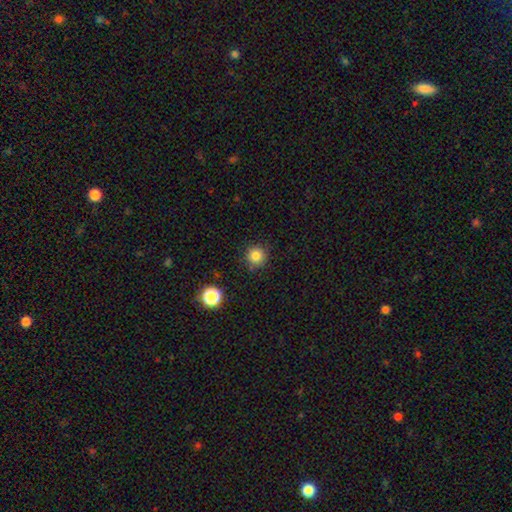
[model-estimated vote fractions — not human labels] A smooth galaxy with no disk features (82%) that is round (95%). Merging: none (87%).